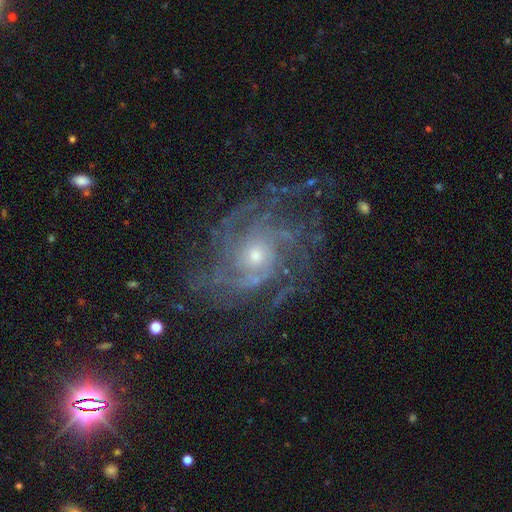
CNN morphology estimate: Smooth or featured? Predicted: featured or disk (p=0.89). Edge-on disk? Predicted: no (p=0.97). Bar? Predicted: no (p=0.78). Spiral arms? Predicted: yes (p=0.97). Spiral winding? Predicted: tight (p=0.53). Spiral arm count? Predicted: can't tell (p=0.23). Bulge size? Predicted: small (p=0.51). Merging? Predicted: none (p=0.66).